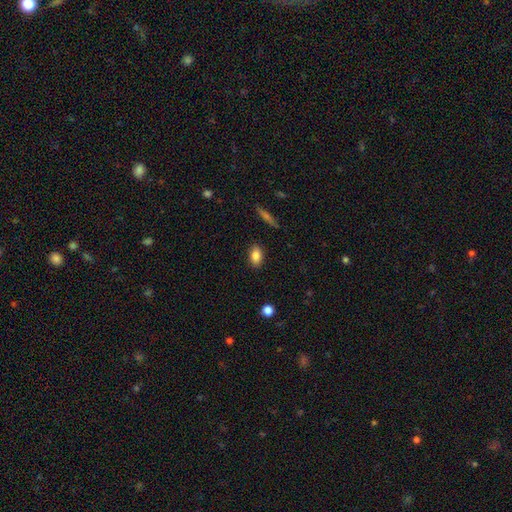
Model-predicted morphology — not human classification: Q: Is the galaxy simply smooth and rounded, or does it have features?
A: smooth — 85%.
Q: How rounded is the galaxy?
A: in between — 87%.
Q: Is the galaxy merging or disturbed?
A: none — 88%.